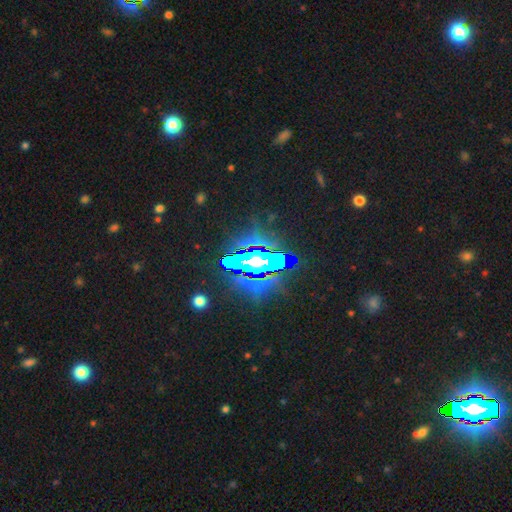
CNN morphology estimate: This appears to be a star or artifact, not a galaxy (77%).